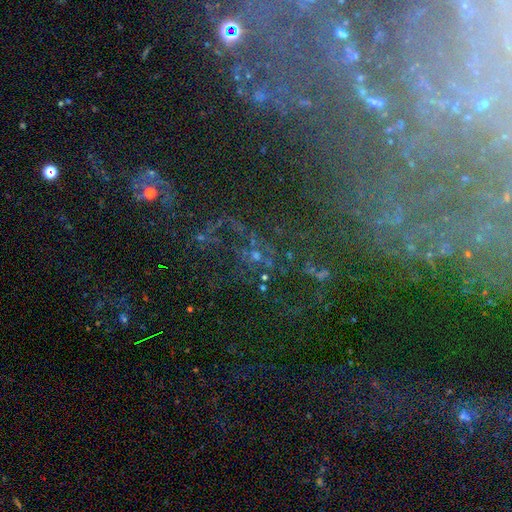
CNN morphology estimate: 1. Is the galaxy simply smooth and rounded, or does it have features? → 53% star or artifact, 27% featured or disk, 20% smooth.